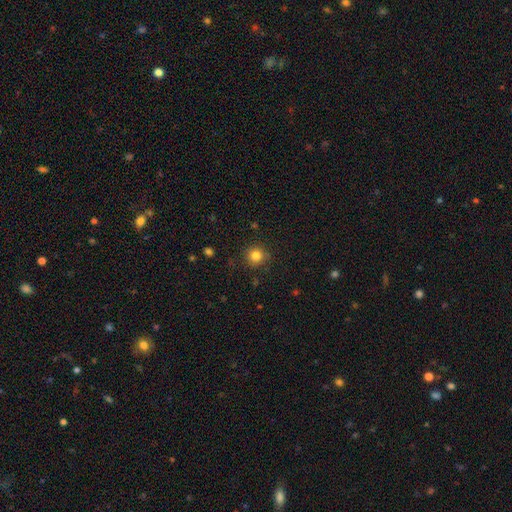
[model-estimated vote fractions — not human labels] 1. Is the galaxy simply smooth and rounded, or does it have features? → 83% smooth, 12% star or artifact, 5% featured or disk.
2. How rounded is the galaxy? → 93% round, 6% in between, 1% cigar-shaped.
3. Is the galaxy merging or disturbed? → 87% none, 9% minor disturbance, 3% major disturbance, 1% merger.